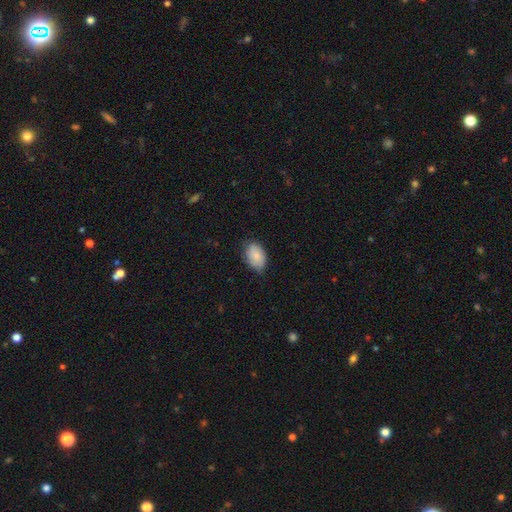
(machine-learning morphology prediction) A smooth galaxy with no disk features (81%) that is in between round and cigar-shaped (88%).

Vote fractions:
- Smooth or featured? smooth: 81% / featured or disk: 13% / star or artifact: 7%
- How rounded? in between: 88% / round: 11% / cigar-shaped: 1%
- Merging? none: 67% / minor disturbance: 28% / major disturbance: 5% / merger: 1%